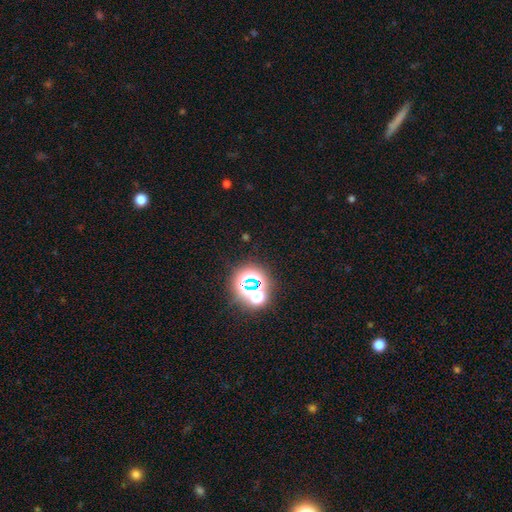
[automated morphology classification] Smooth or featured? star or artifact (72%)